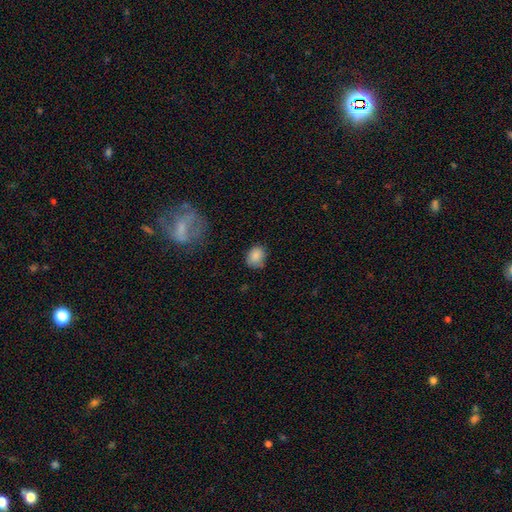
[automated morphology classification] Overall: smooth (86%). How rounded: round (58%; in between 41%). Merging: none (70%).